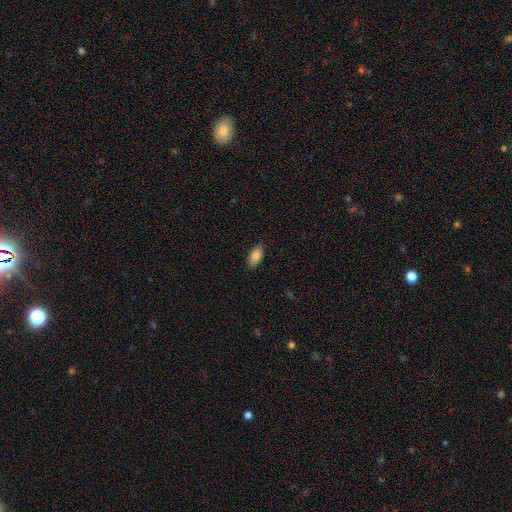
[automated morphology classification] Smooth or featured: smooth — 85% (featured or disk — 8%)
How rounded: in between — 93% (cigar-shaped — 4%)
Merging: none — 86% (minor disturbance — 11%)